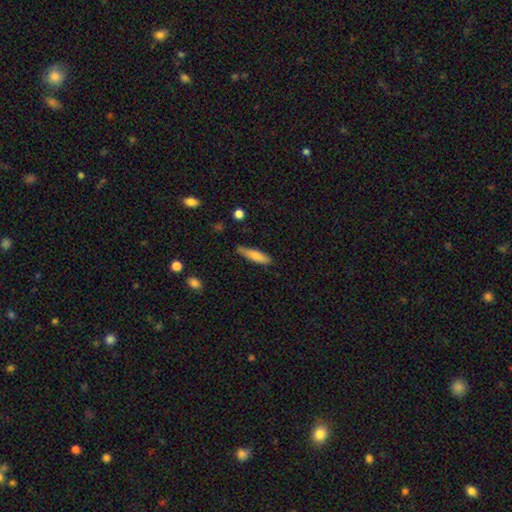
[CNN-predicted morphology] Smooth or featured? Predicted: smooth (p=0.75). How rounded? Predicted: cigar-shaped (p=0.75). Merging? Predicted: none (p=0.74).